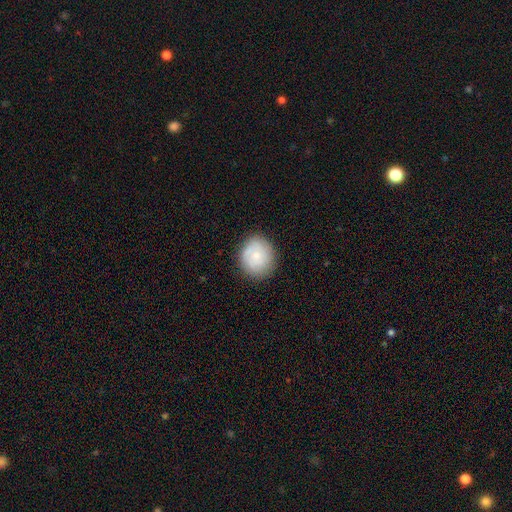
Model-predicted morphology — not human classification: smooth-or-featured: smooth: 72% | featured or disk: 21% | star or artifact: 7%
  how-rounded: round: 71% | in between: 28% | cigar-shaped: 1%
  merging: none: 83% | minor disturbance: 13% | major disturbance: 3% | merger: 1%